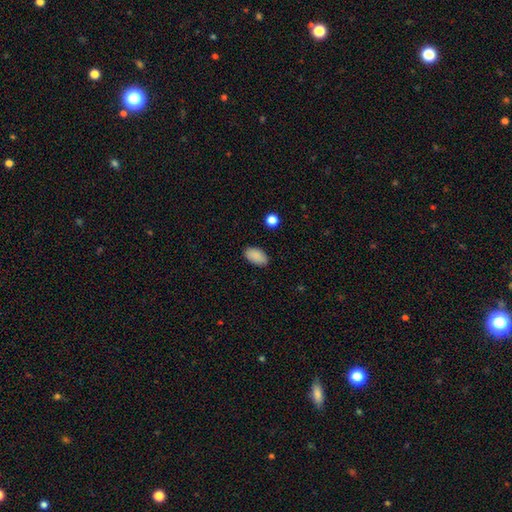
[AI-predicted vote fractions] Smooth or featured? Predicted: smooth (p=0.89). How rounded? Predicted: in between (p=0.94). Merging? Predicted: none (p=0.86).